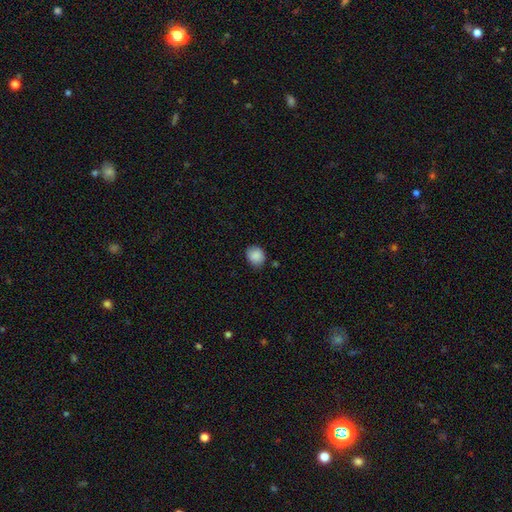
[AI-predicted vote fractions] A smooth galaxy with no disk features (88%) that is round (68%). Merging: none (80%).